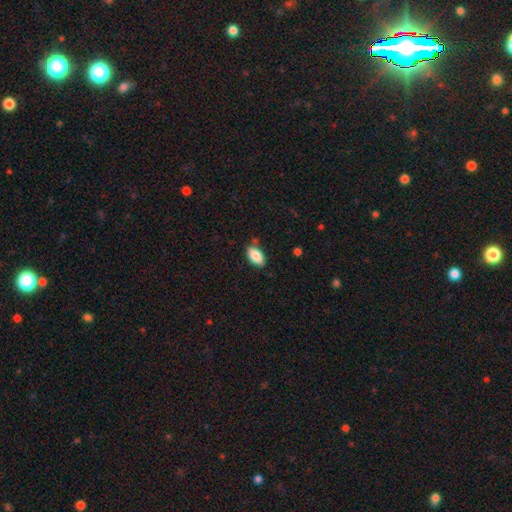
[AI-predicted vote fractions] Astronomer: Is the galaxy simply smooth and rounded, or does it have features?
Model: smooth — 85%.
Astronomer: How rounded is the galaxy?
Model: in between — 93%.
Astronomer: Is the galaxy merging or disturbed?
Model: none — 80%.